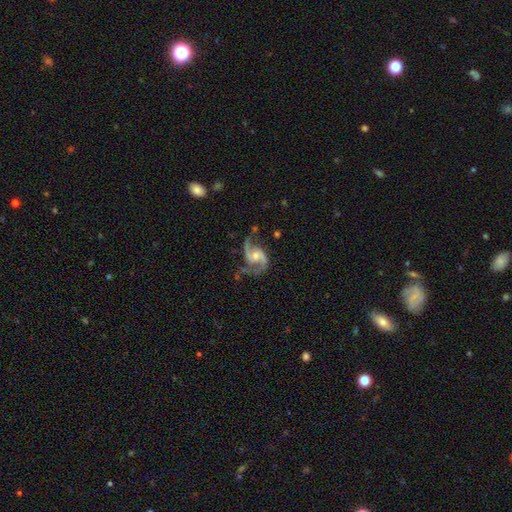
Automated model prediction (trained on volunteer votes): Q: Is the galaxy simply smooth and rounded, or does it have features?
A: featured or disk — 92%.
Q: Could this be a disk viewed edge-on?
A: no — 98%.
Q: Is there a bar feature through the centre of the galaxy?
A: no — 54%.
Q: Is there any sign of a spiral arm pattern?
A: yes — 98%.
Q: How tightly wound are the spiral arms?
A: medium — 52%.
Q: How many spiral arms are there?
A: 2 — 93%.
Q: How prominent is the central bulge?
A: moderate — 53%.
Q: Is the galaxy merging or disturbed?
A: none — 68%.